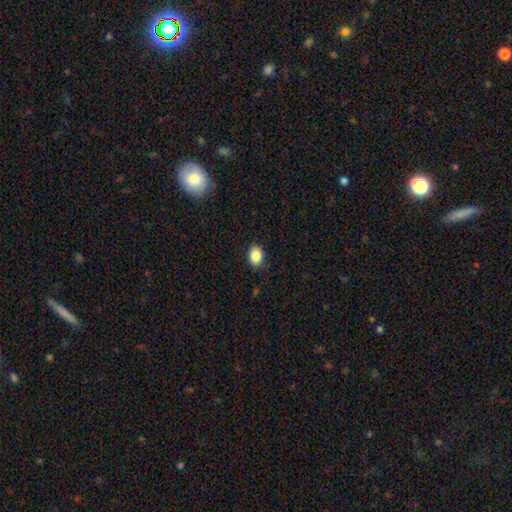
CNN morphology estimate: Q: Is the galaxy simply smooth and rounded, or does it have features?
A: smooth — 87%.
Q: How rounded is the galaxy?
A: in between — 77%.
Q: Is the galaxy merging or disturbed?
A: none — 85%.